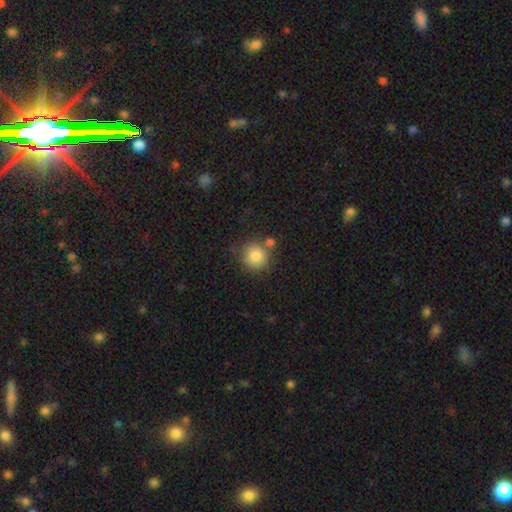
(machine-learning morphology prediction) Overall: smooth (84%). How rounded: round (92%). Merging: none (74%).